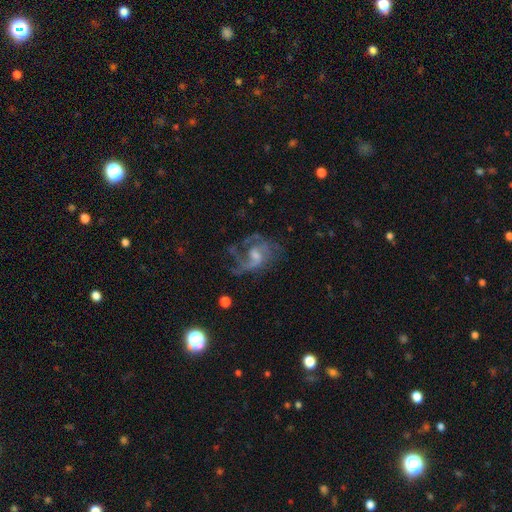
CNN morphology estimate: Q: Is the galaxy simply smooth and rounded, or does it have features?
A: featured or disk — 79%.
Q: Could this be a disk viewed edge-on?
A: no — 97%.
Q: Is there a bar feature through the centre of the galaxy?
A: weak — 46%.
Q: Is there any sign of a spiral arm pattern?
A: yes — 87%.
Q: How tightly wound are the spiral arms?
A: medium — 43%.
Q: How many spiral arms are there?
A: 2 — 39%.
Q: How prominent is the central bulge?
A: moderate — 43%.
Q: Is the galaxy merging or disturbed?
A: none — 45%.